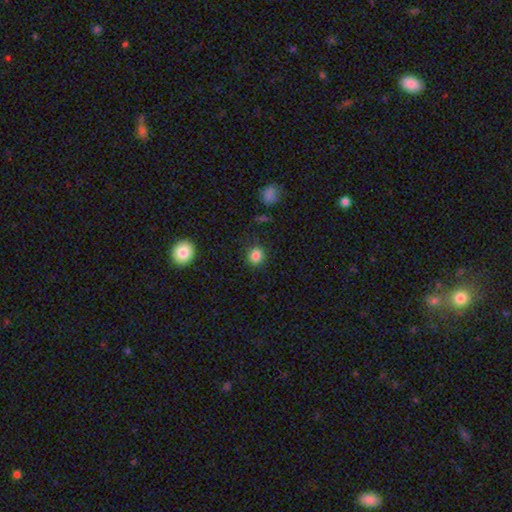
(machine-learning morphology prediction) The model was most divided on "how rounded": round: 80%, in between: 19%, cigar-shaped: 1%. More confident: merging — none (87%); smooth or featured — smooth (85%).